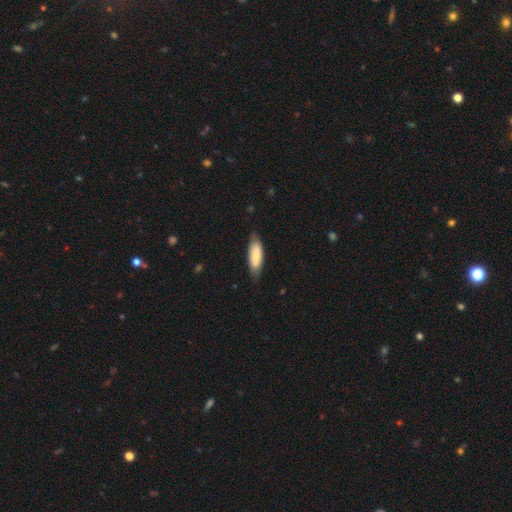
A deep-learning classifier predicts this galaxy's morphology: type=smooth (75%); roundness=in between (61%); merging=none (75%).